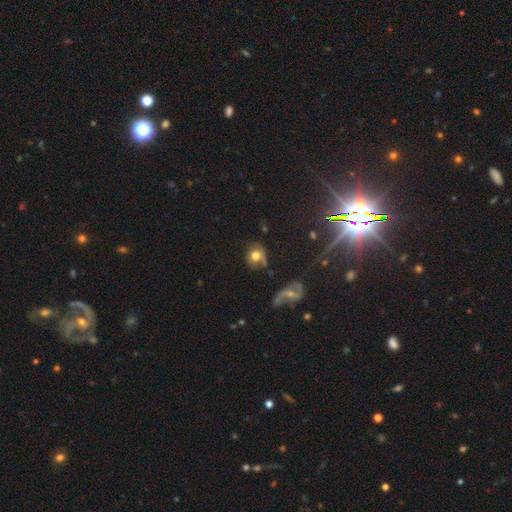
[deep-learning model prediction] Q: Smooth or featured?
A: smooth (65%); runner-up: featured or disk (22%)
Q: How rounded?
A: round (76%); runner-up: in between (23%)
Q: Merging?
A: none (56%); runner-up: minor disturbance (25%)